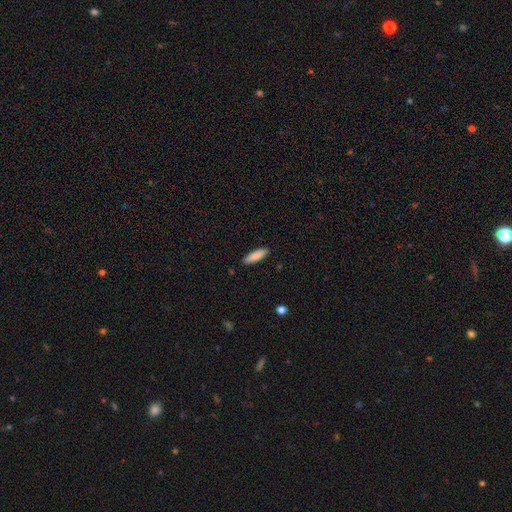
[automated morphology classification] A smooth galaxy with no disk features (85%) that is cigar-shaped (63%).

Vote fractions:
- Smooth or featured? smooth: 85% / featured or disk: 9% / star or artifact: 6%
- How rounded? cigar-shaped: 63% / in between: 36% / round: 1%
- Merging? none: 89% / minor disturbance: 8% / major disturbance: 2% / merger: 1%